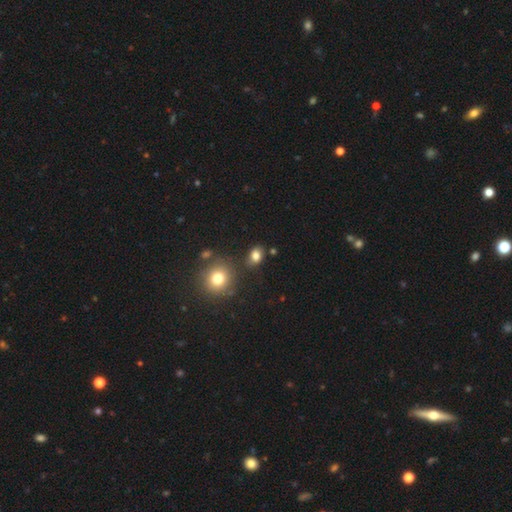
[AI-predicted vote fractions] A smooth galaxy with no disk features (81%) that is in between round and cigar-shaped (62%). Merging: none (76%).